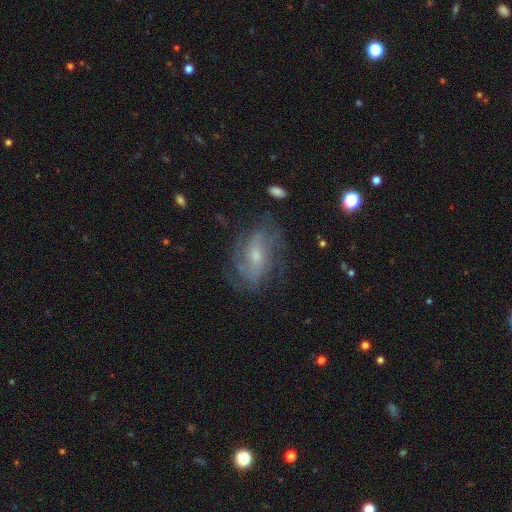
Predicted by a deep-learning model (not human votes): Q: Smooth or featured?
A: featured or disk (75%); runner-up: smooth (16%)
Q: Edge-on disk?
A: no (95%); runner-up: yes (5%)
Q: Bar?
A: no (47%); runner-up: weak (42%)
Q: Spiral arms?
A: yes (90%); runner-up: no (10%)
Q: Spiral winding?
A: medium (43%); runner-up: tight (36%)
Q: Spiral arm count?
A: 2 (45%); runner-up: can't tell (29%)
Q: Bulge size?
A: small (52%); runner-up: moderate (40%)
Q: Merging?
A: none (69%); runner-up: minor disturbance (19%)